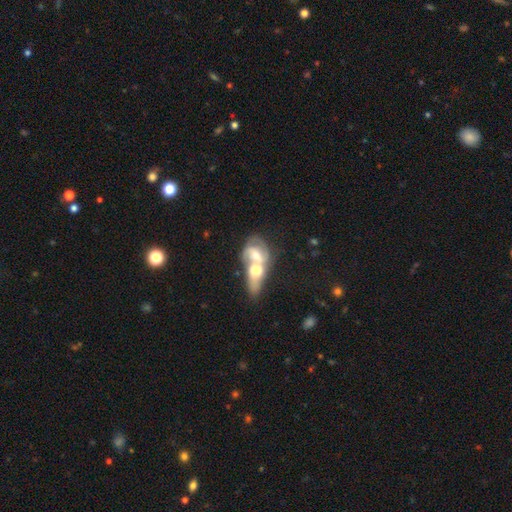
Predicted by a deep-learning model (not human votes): The model was most divided on "smooth or featured": featured or disk: 56%, smooth: 38%, star or artifact: 6%. More confident: edge-on disk — no (93%); merging — merger (81%); bulge size — moderate (63%); spiral arms — yes (63%); bar — no (56%).